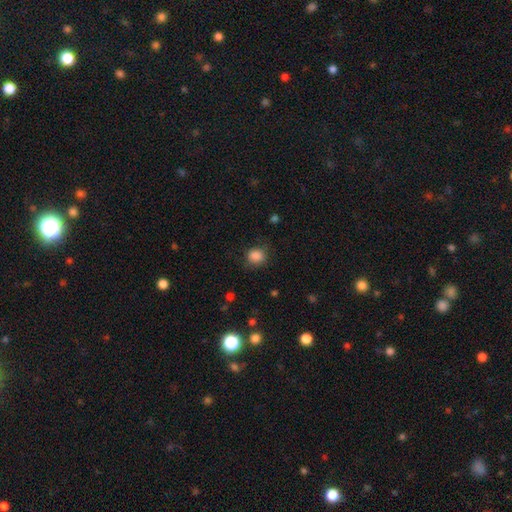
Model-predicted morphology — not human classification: Overall: smooth (87%). How rounded: round (77%). Merging: none (79%).